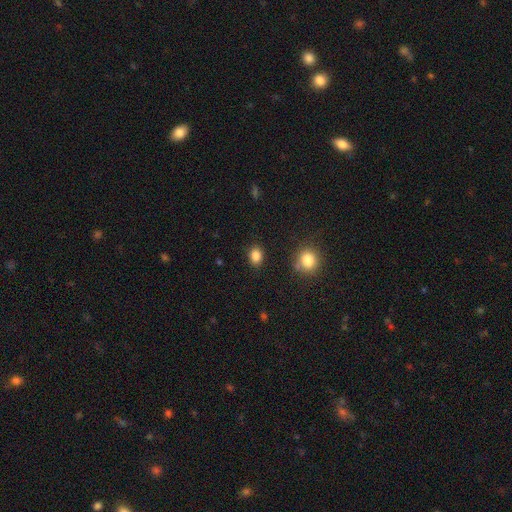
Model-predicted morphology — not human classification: Smooth or featured? Predicted: smooth (p=0.85). How rounded? Predicted: in between (p=0.54). Merging? Predicted: none (p=0.87).